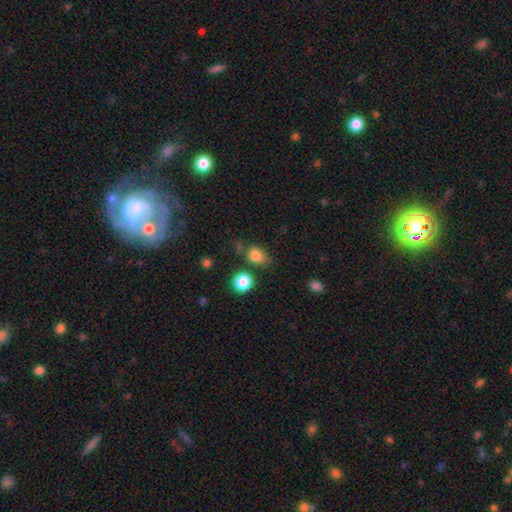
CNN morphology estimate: A smooth galaxy with no disk features (81%) that is in between round and cigar-shaped (59%). Merging: none (62%).